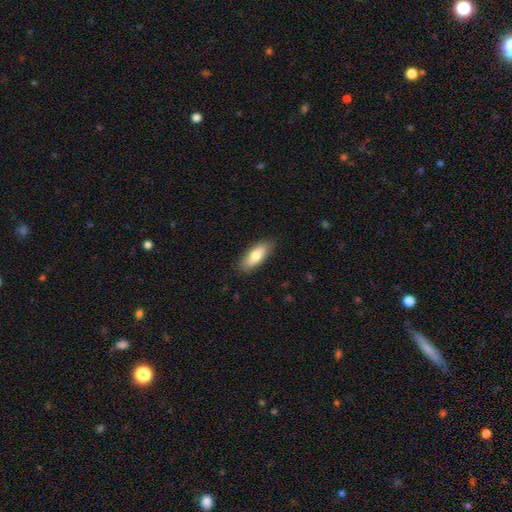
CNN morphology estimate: smooth_or_featured: smooth (p=0.75) [alt: featured or disk p=0.19]
how_rounded: in between (p=0.73) [alt: cigar-shaped p=0.25]
merging: none (p=0.86) [alt: minor disturbance p=0.11]